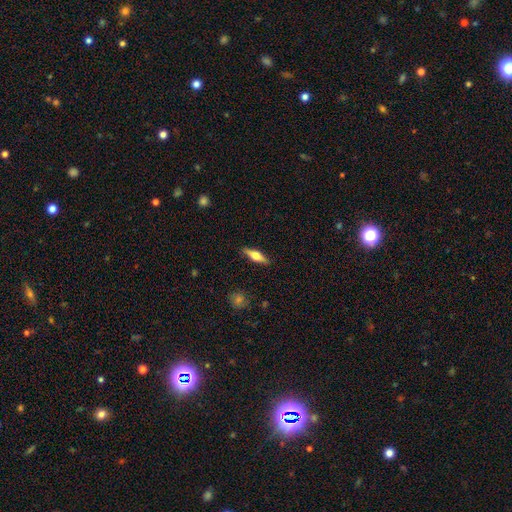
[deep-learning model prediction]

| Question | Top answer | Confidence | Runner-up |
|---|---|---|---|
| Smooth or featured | featured or disk | 53% | smooth (41%) |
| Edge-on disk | yes | 94% | no (6%) |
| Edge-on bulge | rounded | 92% | boxy (5%) |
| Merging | none | 89% | minor disturbance (8%) |